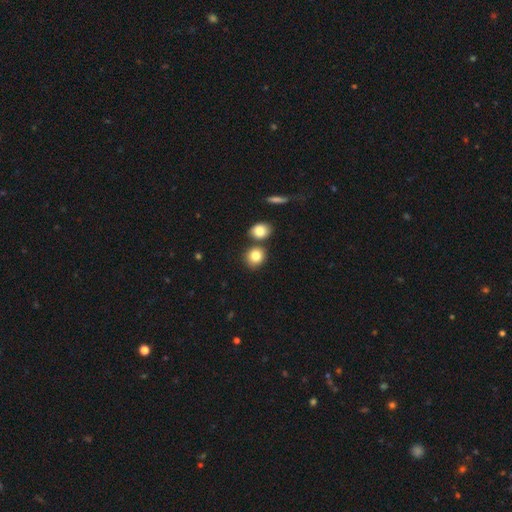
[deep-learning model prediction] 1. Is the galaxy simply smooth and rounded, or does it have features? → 83% smooth, 9% star or artifact, 8% featured or disk.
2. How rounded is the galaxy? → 78% round, 21% in between, 1% cigar-shaped.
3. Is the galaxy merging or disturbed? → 67% none, 21% merger, 9% minor disturbance, 3% major disturbance.